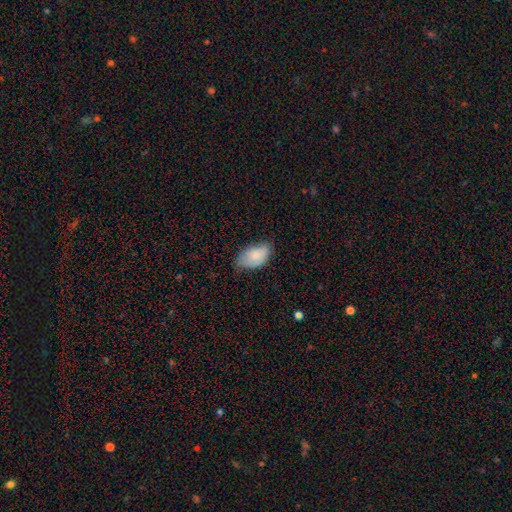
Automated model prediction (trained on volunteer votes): A smooth galaxy with no disk features (83%) that is in between round and cigar-shaped (93%).

Vote fractions:
- Smooth or featured? smooth: 83% / featured or disk: 11% / star or artifact: 7%
- How rounded? in between: 93% / round: 5% / cigar-shaped: 2%
- Merging? none: 56% / minor disturbance: 36% / major disturbance: 7% / merger: 1%